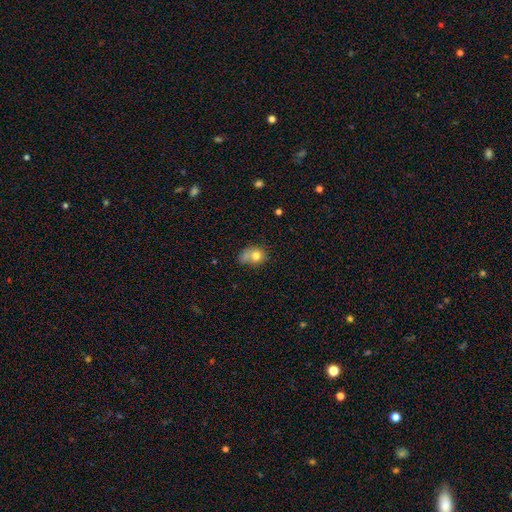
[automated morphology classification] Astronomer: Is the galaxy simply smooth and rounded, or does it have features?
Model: smooth — 75%.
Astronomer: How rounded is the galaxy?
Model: round — 55% (runner-up: in between, 43%).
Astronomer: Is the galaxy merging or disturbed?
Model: none — 33% (runner-up: merger, 25%).